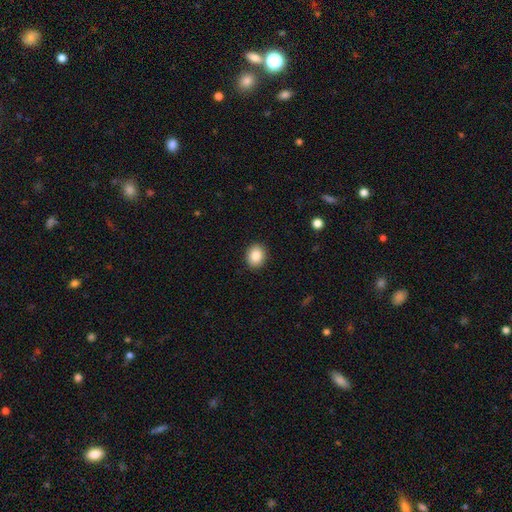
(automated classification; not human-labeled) A smooth galaxy with no disk features (88%) that is round (56%). Merging: none (90%).